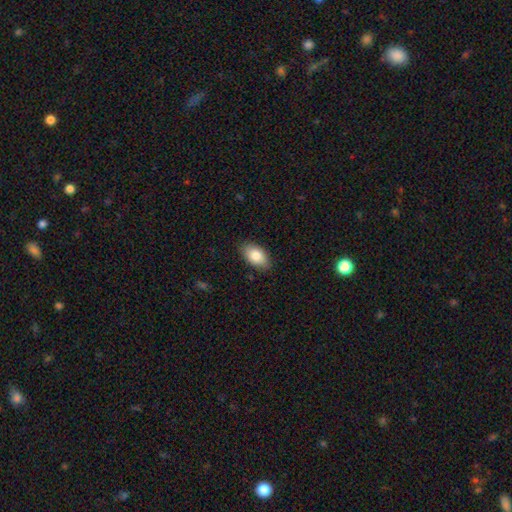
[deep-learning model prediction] The model was most divided on "merging": none: 86%, minor disturbance: 11%, major disturbance: 2%, merger: 1%. More confident: how rounded — in between (93%); smooth or featured — smooth (84%).